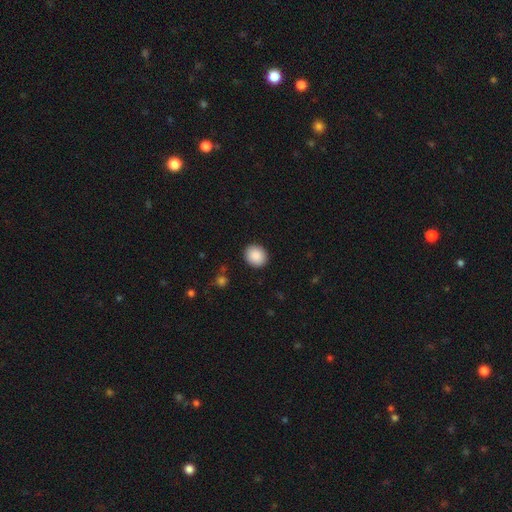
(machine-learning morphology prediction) A smooth galaxy with no disk features (89%) that is round (72%).

Vote fractions:
- Smooth or featured? smooth: 89% / star or artifact: 7% / featured or disk: 3%
- How rounded? round: 72% / in between: 28% / cigar-shaped: 1%
- Merging? none: 91% / minor disturbance: 6% / major disturbance: 2% / merger: 1%